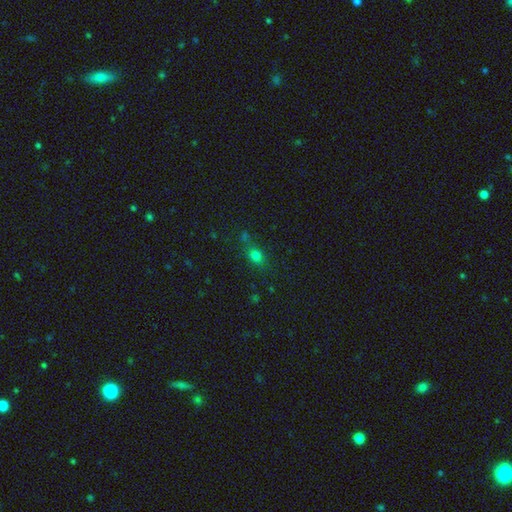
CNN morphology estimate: A smooth galaxy with no disk features (74%) that is in between round and cigar-shaped (55%).

Vote fractions:
- Smooth or featured? smooth: 74% / star or artifact: 18% / featured or disk: 8%
- How rounded? in between: 55% / round: 42% / cigar-shaped: 4%
- Merging? none: 69% / minor disturbance: 16% / merger: 9% / major disturbance: 6%